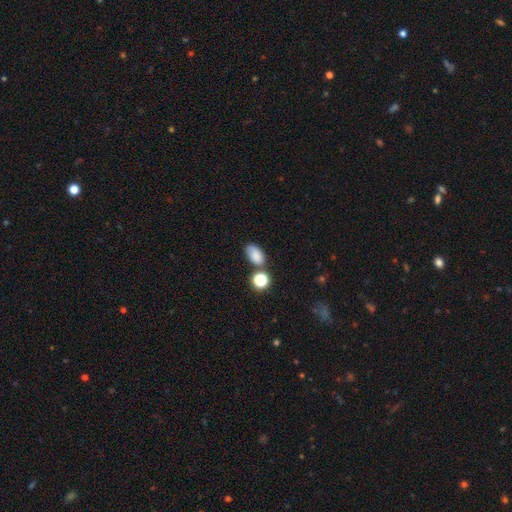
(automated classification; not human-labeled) Smooth or featured? Predicted: smooth (p=0.81). How rounded? Predicted: in between (p=0.87). Merging? Predicted: none (p=0.62).